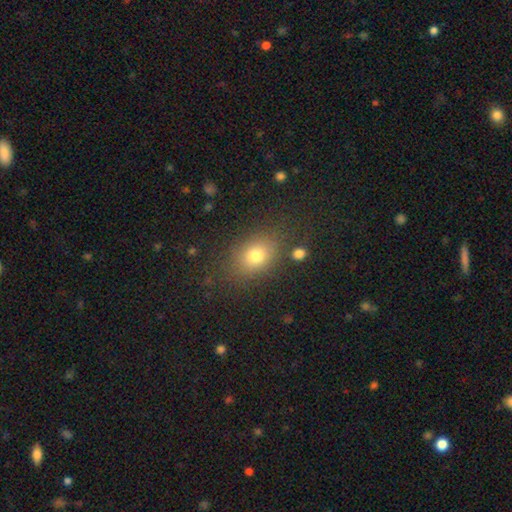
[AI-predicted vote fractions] Smooth or featured?
  - smooth: 76% *
  - star or artifact: 14%
  - featured or disk: 10%
How rounded?
  - in between: 64% *
  - round: 34%
  - cigar-shaped: 2%
Merging?
  - none: 80% *
  - minor disturbance: 12%
  - major disturbance: 5%
  - merger: 3%